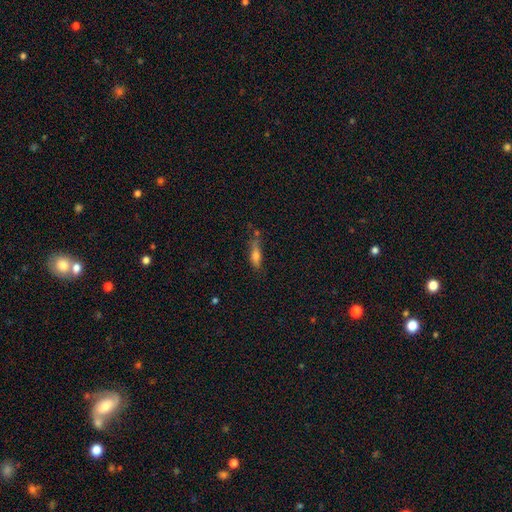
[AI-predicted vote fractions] Q: Smooth or featured?
A: smooth (62%); runner-up: featured or disk (28%)
Q: How rounded?
A: cigar-shaped (58%); runner-up: in between (39%)
Q: Merging?
A: none (59%); runner-up: minor disturbance (24%)